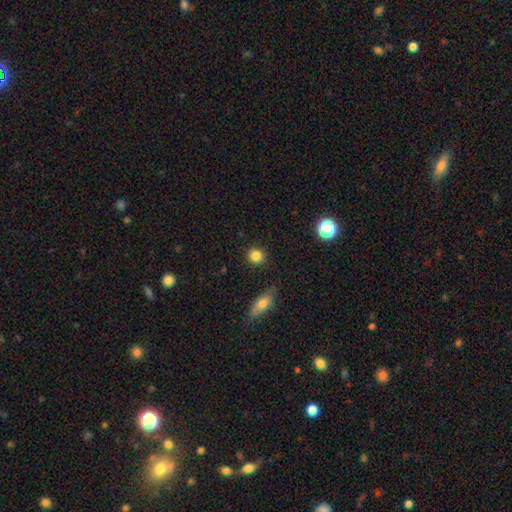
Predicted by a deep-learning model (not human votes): smooth 85%, star or artifact 10%, featured or disk 5%. Down the decision tree: how rounded — round (84%); merging — none (88%).